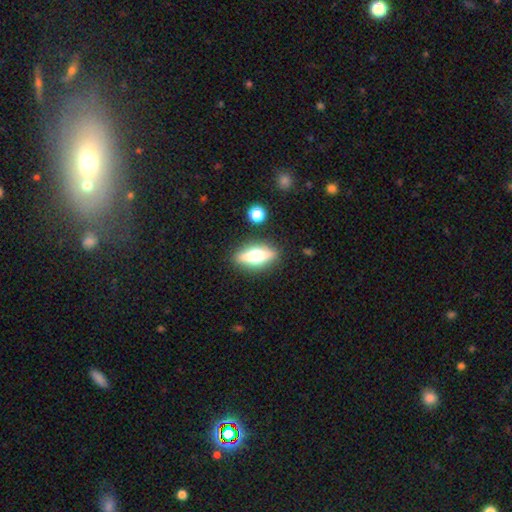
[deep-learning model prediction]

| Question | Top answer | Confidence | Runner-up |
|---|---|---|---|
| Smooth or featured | featured or disk | 51% | smooth (41%) |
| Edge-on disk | yes | 87% | no (13%) |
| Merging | none | 87% | minor disturbance (8%) |